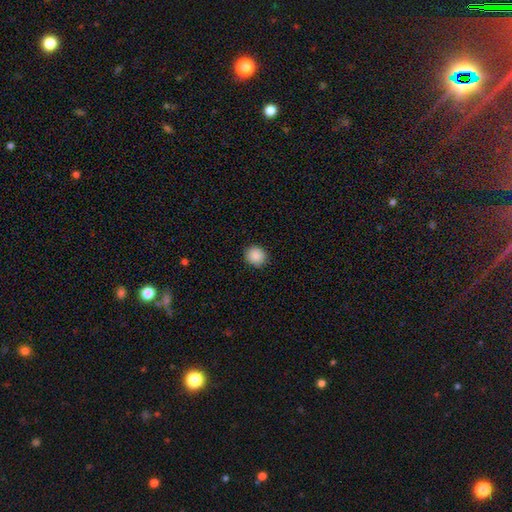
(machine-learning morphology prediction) smooth-or-featured: smooth: 89% | star or artifact: 8% | featured or disk: 3%
  how-rounded: round: 83% | in between: 16% | cigar-shaped: 1%
  merging: none: 90% | minor disturbance: 7% | major disturbance: 2% | merger: 1%